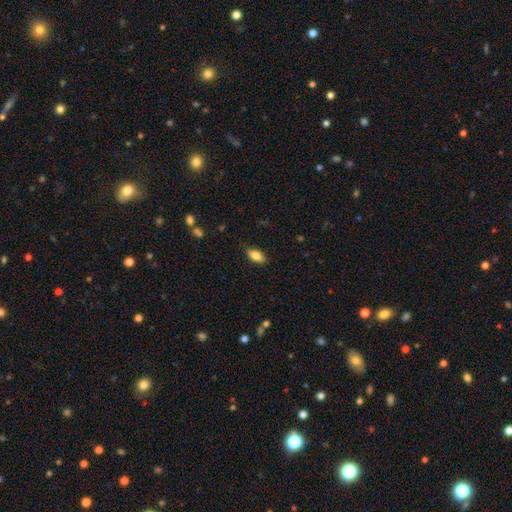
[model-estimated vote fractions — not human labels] A smooth galaxy with no disk features (81%) that is in between round and cigar-shaped (87%).

Vote fractions:
- Smooth or featured? smooth: 81% / featured or disk: 11% / star or artifact: 7%
- How rounded? in between: 87% / cigar-shaped: 9% / round: 3%
- Merging? none: 83% / minor disturbance: 13% / major disturbance: 3% / merger: 1%